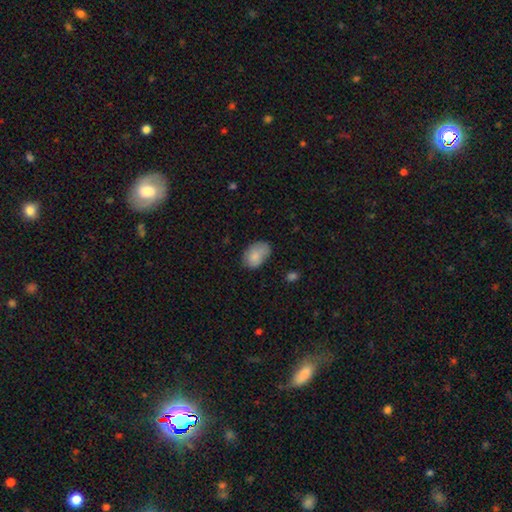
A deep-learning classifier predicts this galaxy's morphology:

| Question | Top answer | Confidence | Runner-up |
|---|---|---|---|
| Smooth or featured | smooth | 82% | featured or disk (10%) |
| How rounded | in between | 87% | round (12%) |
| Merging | none | 58% | minor disturbance (31%) |